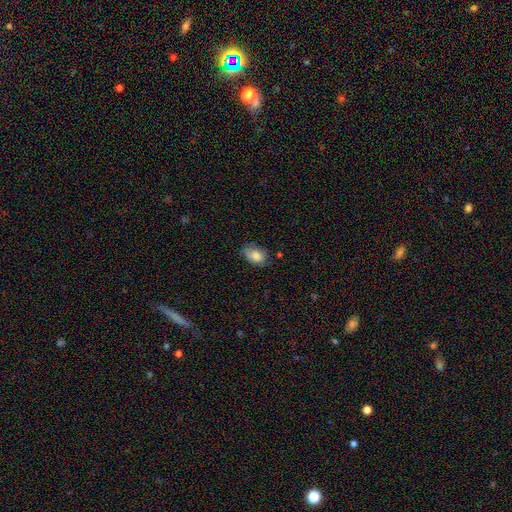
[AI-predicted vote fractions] A smooth galaxy with no disk features (82%) that is in between round and cigar-shaped (87%).

Vote fractions:
- Smooth or featured? smooth: 82% / featured or disk: 10% / star or artifact: 8%
- How rounded? in between: 87% / round: 12% / cigar-shaped: 1%
- Merging? none: 63% / minor disturbance: 29% / major disturbance: 6% / merger: 2%